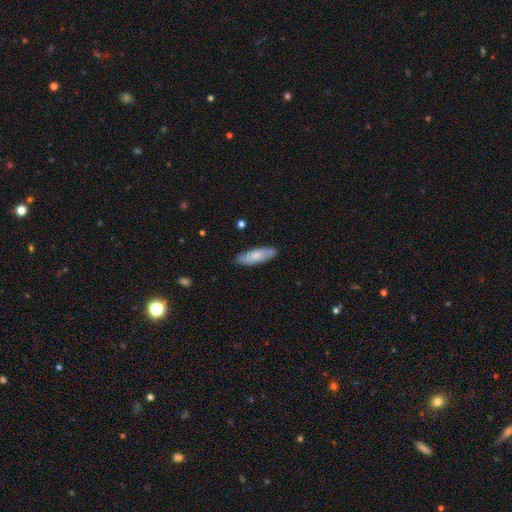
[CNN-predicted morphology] smooth_or_featured: smooth (p=0.72) [alt: featured or disk p=0.22]
how_rounded: in between (p=0.54) [alt: cigar-shaped p=0.44]
merging: none (p=0.80) [alt: minor disturbance p=0.15]